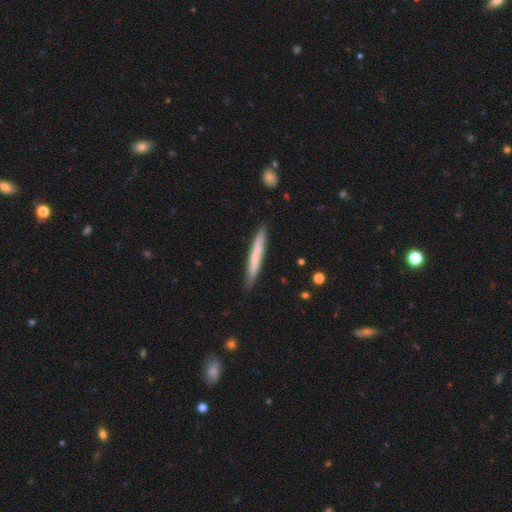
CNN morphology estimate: smooth-or-featured: smooth: 64% | featured or disk: 31% | star or artifact: 5%
  how-rounded: cigar-shaped: 96% | in between: 3% | round: 1%
  merging: none: 87% | minor disturbance: 10% | major disturbance: 2% | merger: 1%